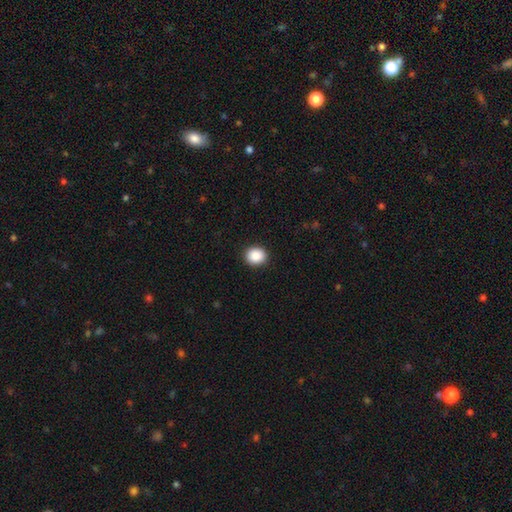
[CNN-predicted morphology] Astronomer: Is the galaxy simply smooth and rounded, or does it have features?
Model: smooth — 89%.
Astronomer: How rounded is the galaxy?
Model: round — 75%.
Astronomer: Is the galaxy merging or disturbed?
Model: none — 92%.